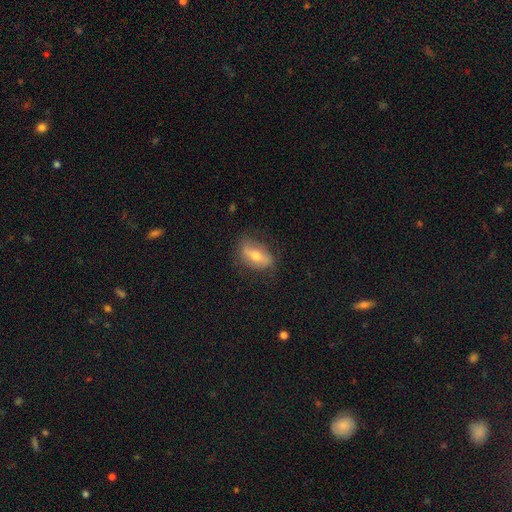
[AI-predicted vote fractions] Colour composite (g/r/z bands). It shows a featured or disk galaxy (52%). Merging: none (71%).